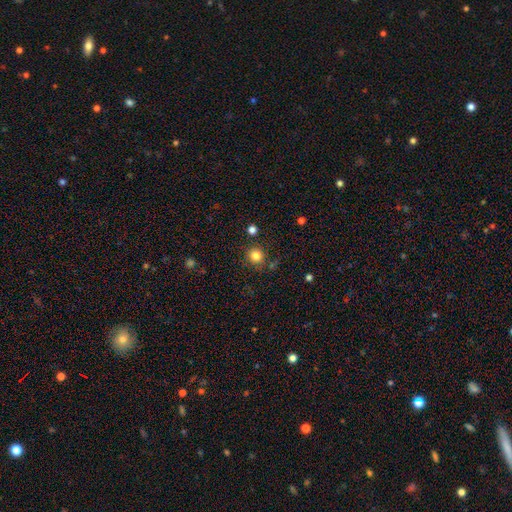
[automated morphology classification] Smooth or featured?
  - smooth: 83% *
  - star or artifact: 13%
  - featured or disk: 5%
How rounded?
  - round: 93% *
  - in between: 6%
  - cigar-shaped: 1%
Merging?
  - none: 84% *
  - minor disturbance: 9%
  - merger: 4%
  - major disturbance: 3%